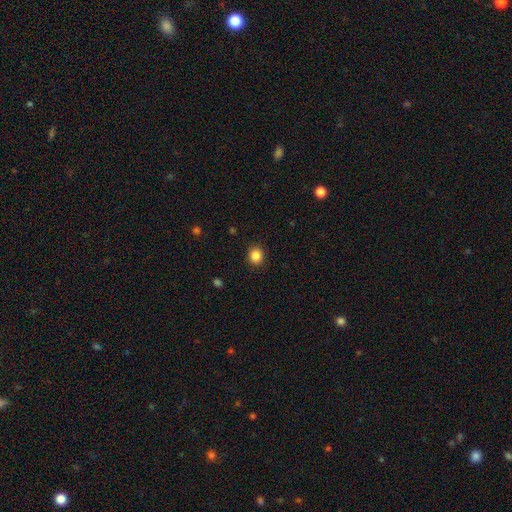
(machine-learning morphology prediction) This is clearly a smooth galaxy (86%). How rounded: clearly round (82%). Merging: clearly none (91%).